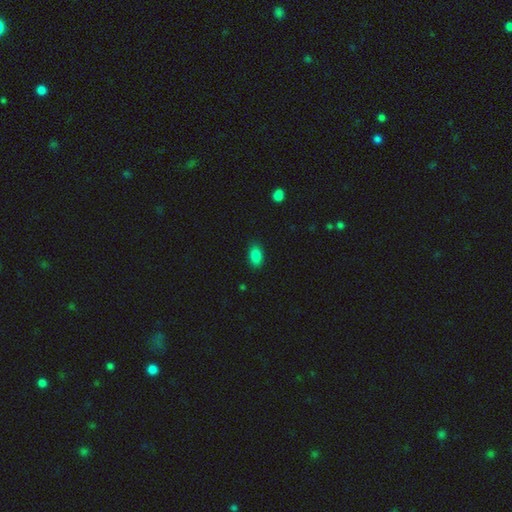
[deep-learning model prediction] Smooth or featured? smooth (87%)
How rounded? in between (91%)
Merging? none (86%)